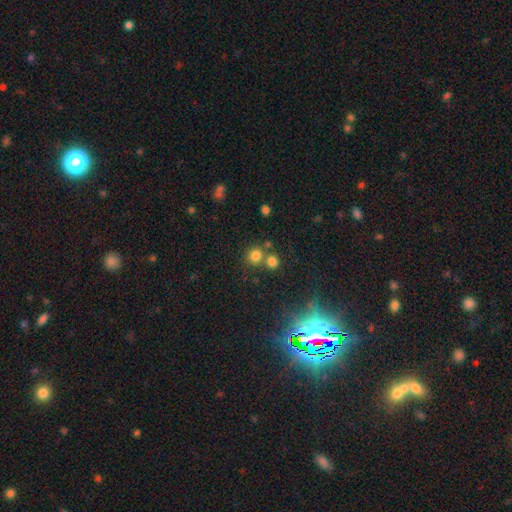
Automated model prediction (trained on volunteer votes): smooth_or_featured: smooth (p=0.76) [alt: star or artifact p=0.17]
how_rounded: round (p=0.86) [alt: in between p=0.13]
merging: none (p=0.62) [alt: merger p=0.27]